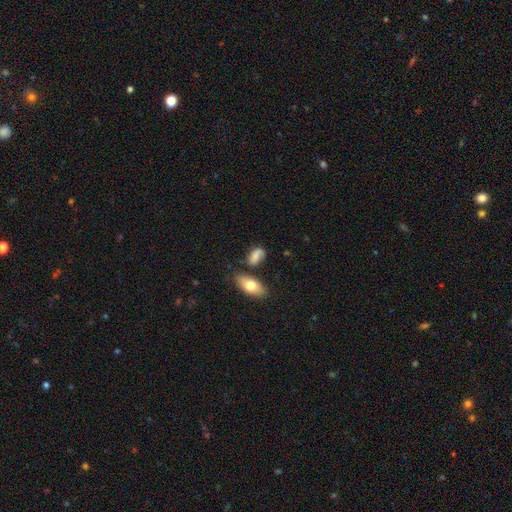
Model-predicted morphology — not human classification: type=smooth (71%); roundness=in between (83%); merging=none (57%).